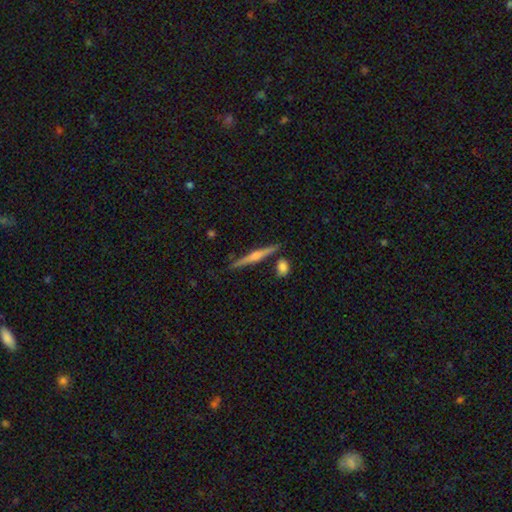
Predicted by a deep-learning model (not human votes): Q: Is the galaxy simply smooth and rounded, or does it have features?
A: featured or disk — 68%.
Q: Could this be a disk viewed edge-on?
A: yes — 98%.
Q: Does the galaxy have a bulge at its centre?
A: rounded — 81%.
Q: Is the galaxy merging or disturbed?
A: none — 84%.